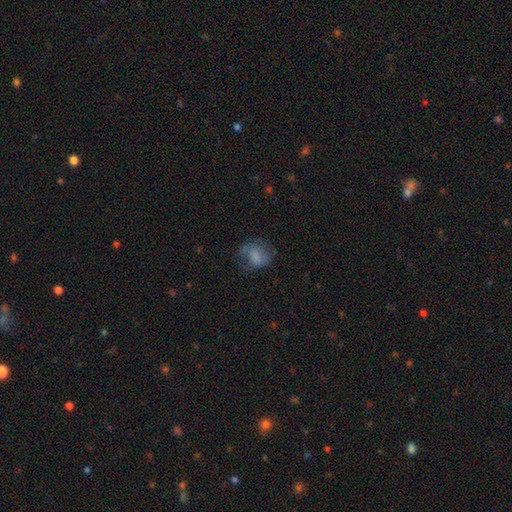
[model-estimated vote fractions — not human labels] Smooth or featured?
  - smooth: 63% *
  - featured or disk: 26%
  - star or artifact: 11%
How rounded?
  - in between: 56% *
  - round: 43%
  - cigar-shaped: 2%
Merging?
  - none: 52% *
  - minor disturbance: 25%
  - major disturbance: 21%
  - merger: 2%